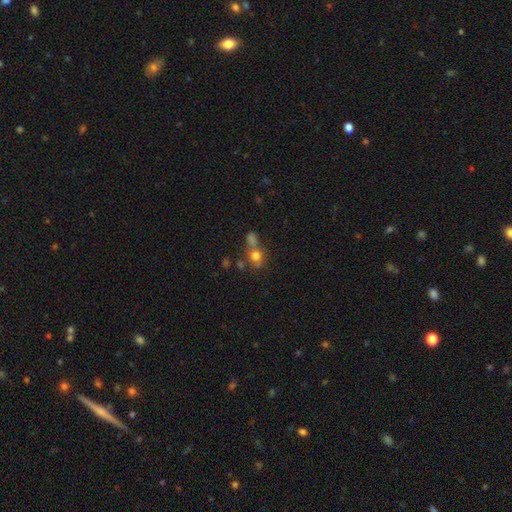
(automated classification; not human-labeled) Morphology: type=smooth (69%); roundness=round (69%); merging=none (40%, tied with merger).